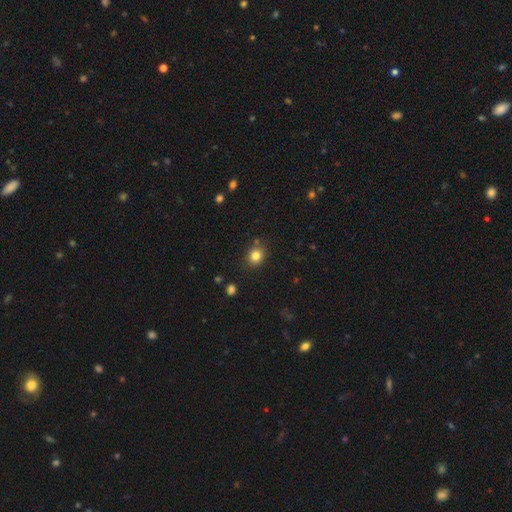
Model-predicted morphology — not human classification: Q: Smooth or featured?
A: smooth (81%); runner-up: star or artifact (12%)
Q: How rounded?
A: round (73%); runner-up: in between (26%)
Q: Merging?
A: none (81%); runner-up: minor disturbance (12%)